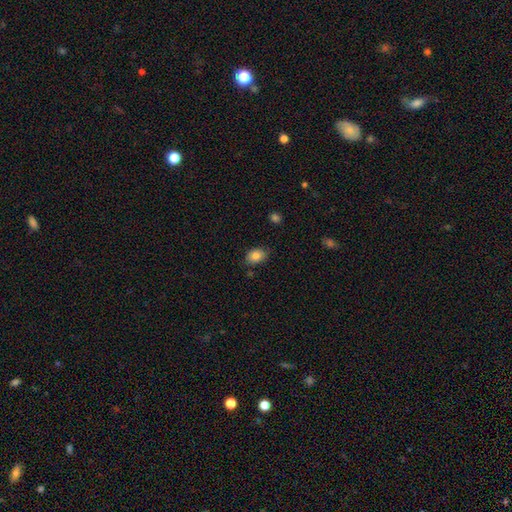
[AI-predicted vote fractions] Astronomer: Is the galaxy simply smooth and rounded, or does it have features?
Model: smooth — 84%.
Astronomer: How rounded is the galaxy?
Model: in between — 75%.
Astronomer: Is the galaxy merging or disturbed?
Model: none — 79%.